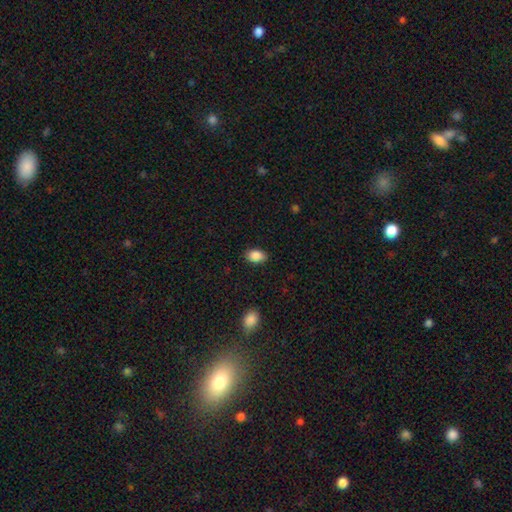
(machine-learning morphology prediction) Q: Smooth or featured?
A: smooth (89%); runner-up: star or artifact (8%)
Q: How rounded?
A: in between (85%); runner-up: round (14%)
Q: Merging?
A: none (86%); runner-up: minor disturbance (10%)